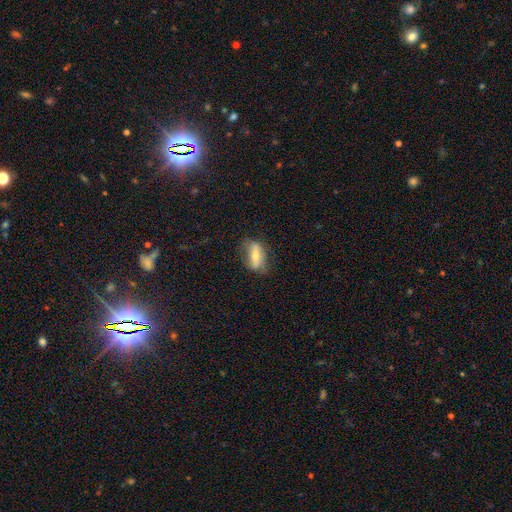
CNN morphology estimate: A smooth galaxy with no disk features (58%) that is in between round and cigar-shaped (77%).

Vote fractions:
- Smooth or featured? smooth: 58% / featured or disk: 35% / star or artifact: 7%
- How rounded? in between: 77% / cigar-shaped: 18% / round: 5%
- Merging? none: 66% / minor disturbance: 23% / major disturbance: 9% / merger: 2%